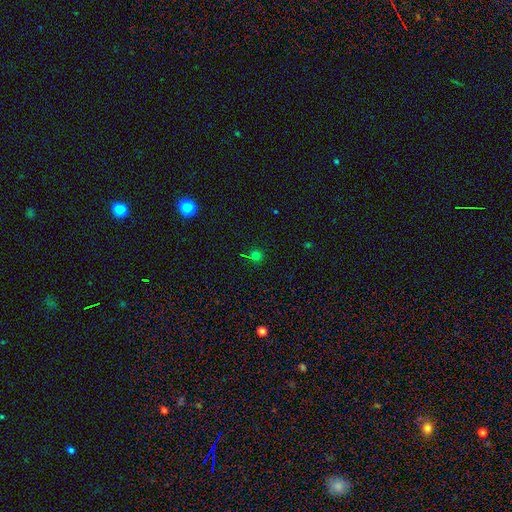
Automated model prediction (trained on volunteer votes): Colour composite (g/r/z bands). It shows a smooth galaxy with no disk features (65%) that is round (91%). Merging: none (78%).